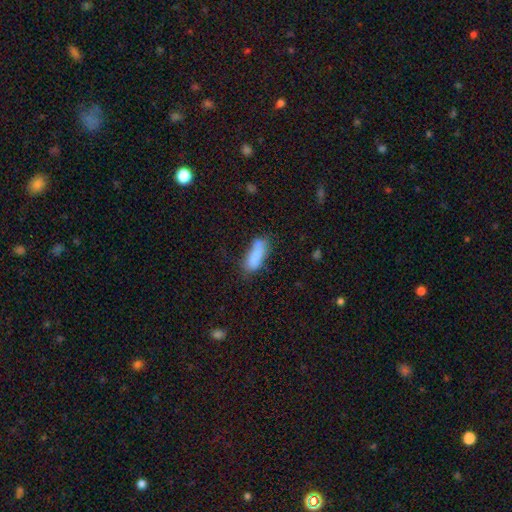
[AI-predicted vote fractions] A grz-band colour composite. It shows a smooth galaxy with no disk features (82%) that is in between round and cigar-shaped (68%). Merging: none (53%).